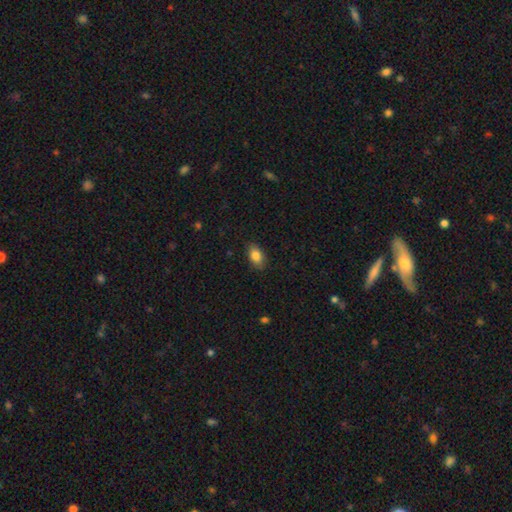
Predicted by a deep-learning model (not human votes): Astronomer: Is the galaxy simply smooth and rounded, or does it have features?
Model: smooth — 84%.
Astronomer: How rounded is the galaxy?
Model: in between — 89%.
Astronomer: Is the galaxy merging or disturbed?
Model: none — 86%.